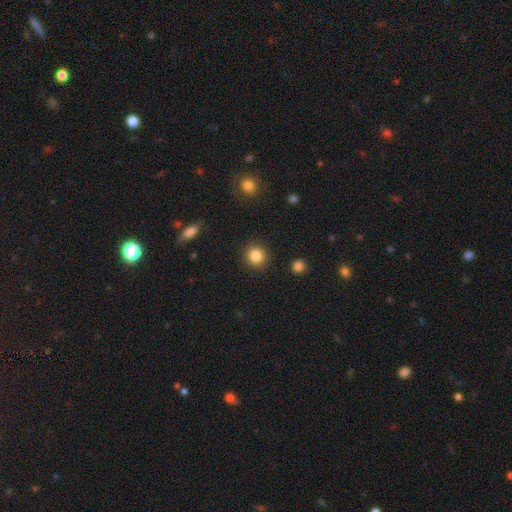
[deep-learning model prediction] This appears to be a smooth galaxy with no disk features (85%) that is round (91%). Merging: none (91%).